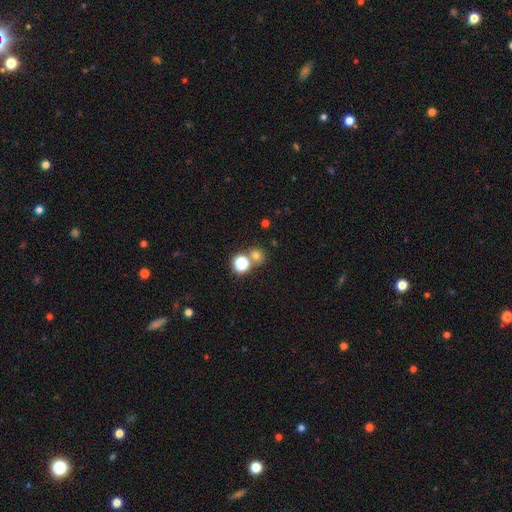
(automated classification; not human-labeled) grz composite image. It shows a smooth galaxy with no disk features (67%) that is round (85%). Merging: none (67%).